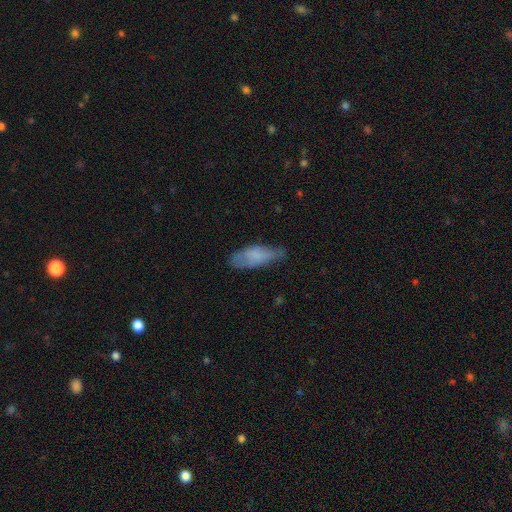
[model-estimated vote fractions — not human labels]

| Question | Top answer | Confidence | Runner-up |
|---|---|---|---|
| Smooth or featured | smooth | 70% | featured or disk (22%) |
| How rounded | in between | 66% | cigar-shaped (32%) |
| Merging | none | 58% | minor disturbance (31%) |